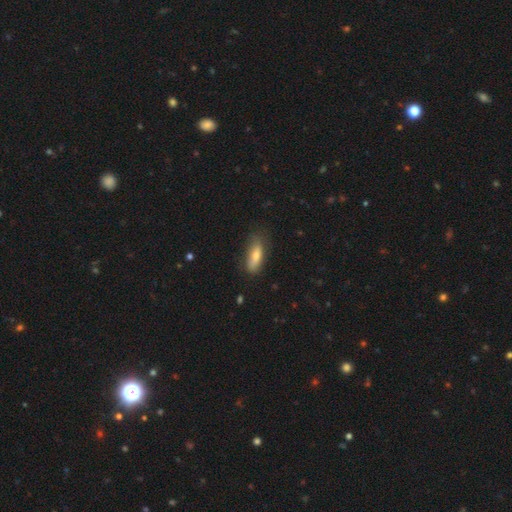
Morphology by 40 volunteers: Overall: smooth (75%). How rounded: in between (57%; cigar-shaped 43%). Merging: none (50%; minor disturbance 39%).